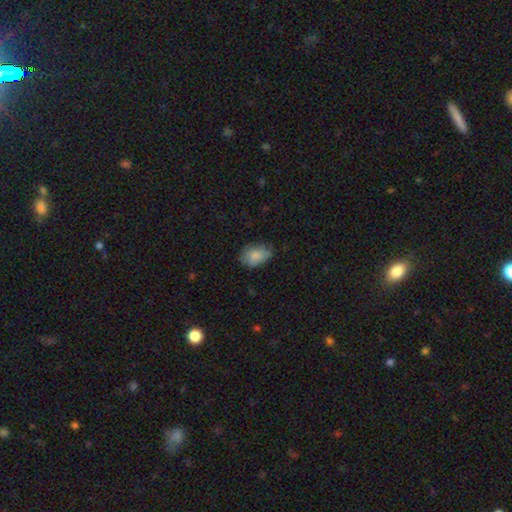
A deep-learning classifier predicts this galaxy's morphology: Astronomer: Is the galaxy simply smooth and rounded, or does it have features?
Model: smooth — 82%.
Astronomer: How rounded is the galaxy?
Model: in between — 80%.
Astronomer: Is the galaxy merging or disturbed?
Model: none — 62%.